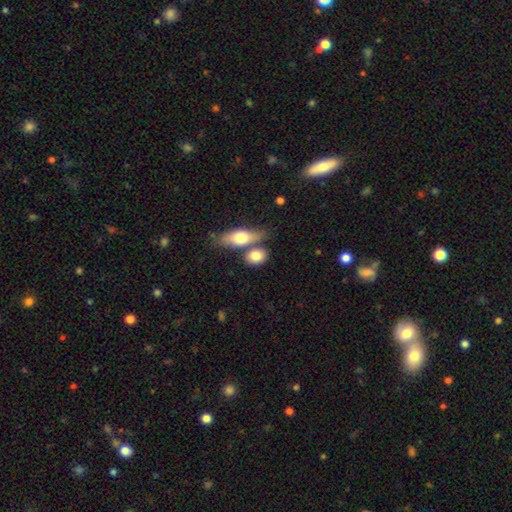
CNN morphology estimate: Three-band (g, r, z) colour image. It shows a smooth galaxy with no disk features (78%) that is in between round and cigar-shaped (68%). Merging: none (53%).